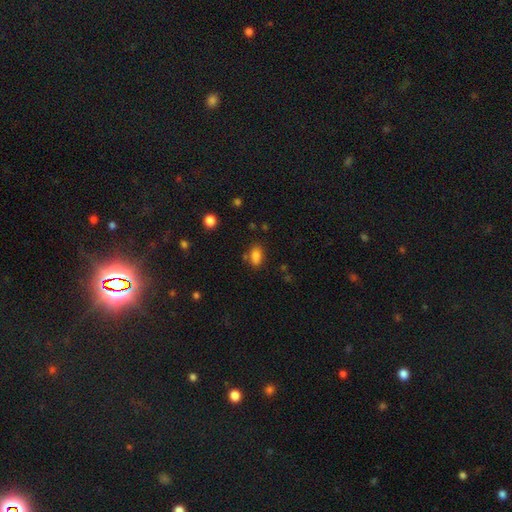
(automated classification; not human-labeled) smooth_or_featured: smooth (p=0.83) [alt: star or artifact p=0.10]
how_rounded: in between (p=0.86) [alt: round p=0.11]
merging: none (p=0.71) [alt: minor disturbance p=0.16]